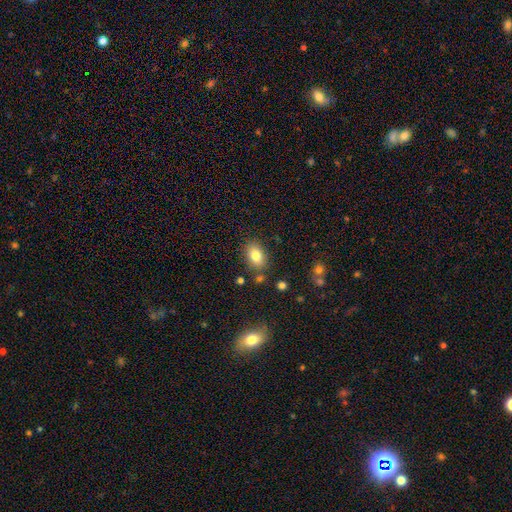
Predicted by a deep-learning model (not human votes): This is clearly a smooth galaxy (82%). How rounded: clearly in between (85%). Merging: clearly none (80%).